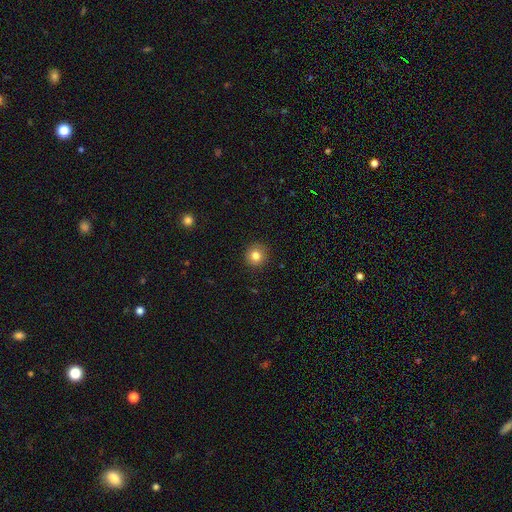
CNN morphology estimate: Smooth or featured? smooth (82%)
How rounded? round (92%)
Merging? none (90%)